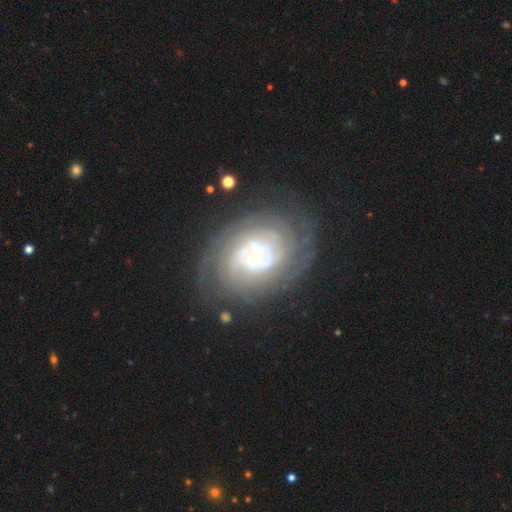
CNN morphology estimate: Smooth or featured?
  - featured or disk: 83% *
  - smooth: 10%
  - star or artifact: 7%
Edge-on disk?
  - no: 97% *
  - yes: 3%
Bar?
  - no: 60% *
  - weak: 31%
  - strong: 10%
Spiral arms?
  - yes: 94% *
  - no: 6%
Spiral winding?
  - tight: 74% *
  - medium: 21%
  - loose: 6%
Spiral arm count?
  - can't tell: 38% *
  - 2: 25%
  - 3: 12%
  - 4: 10%
  - more than 4: 9%
  - 1: 6%
Bulge size?
  - small: 73% *
  - moderate: 16%
  - none: 5%
  - large: 4%
  - dominant: 2%
Merging?
  - none: 74% *
  - minor disturbance: 16%
  - major disturbance: 8%
  - merger: 2%